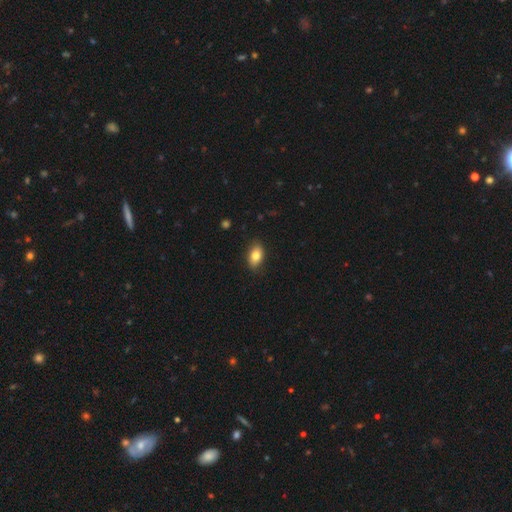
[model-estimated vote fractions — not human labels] Smooth or featured? Predicted: smooth (p=0.82). How rounded? Predicted: in between (p=0.90). Merging? Predicted: none (p=0.86).